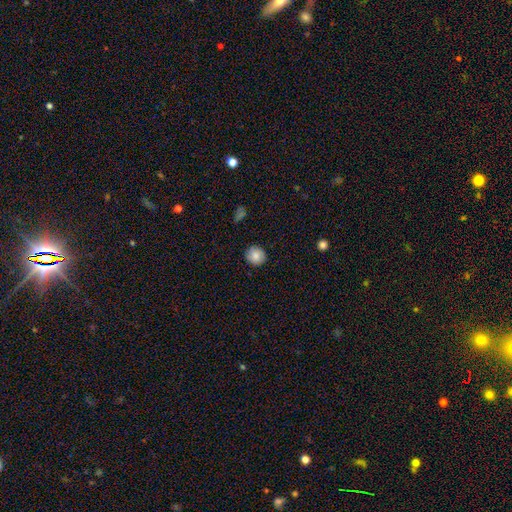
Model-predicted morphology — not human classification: This appears to be a smooth galaxy with no disk features (83%) that is round (90%). Merging: none (88%).